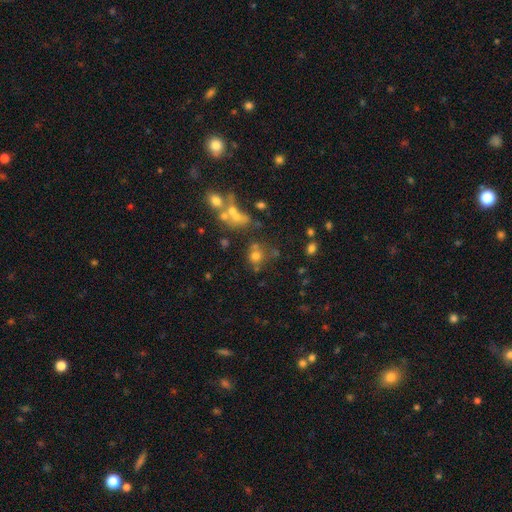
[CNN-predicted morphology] Smooth or featured? smooth (65%)
How rounded? round (80%)
Merging? none (54%)